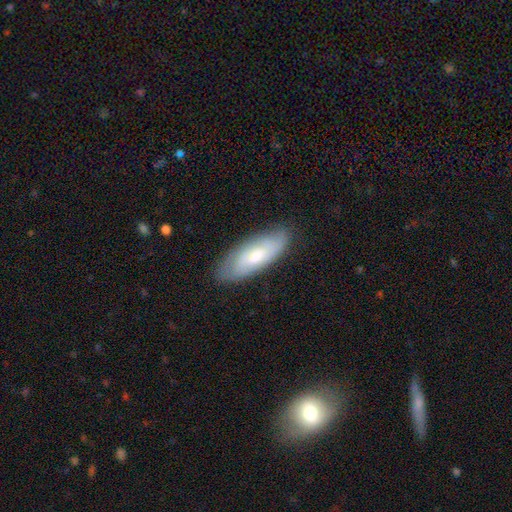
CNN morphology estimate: Smooth or featured? Predicted: smooth (p=0.51). How rounded? Predicted: in between (p=0.68). Merging? Predicted: none (p=0.80).